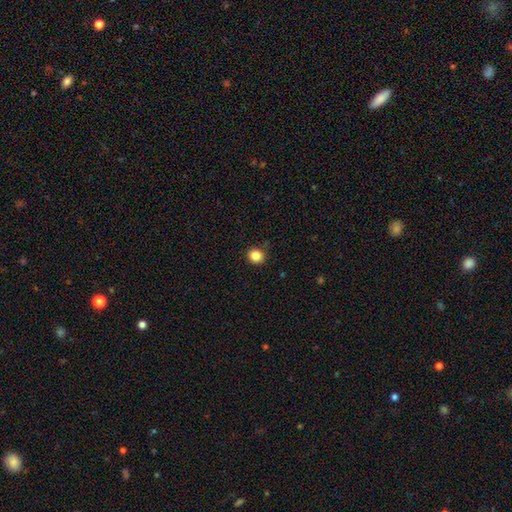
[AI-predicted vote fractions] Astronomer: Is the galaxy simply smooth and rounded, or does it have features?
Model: smooth — 85%.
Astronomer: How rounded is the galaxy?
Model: round — 87%.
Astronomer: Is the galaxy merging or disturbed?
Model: none — 89%.